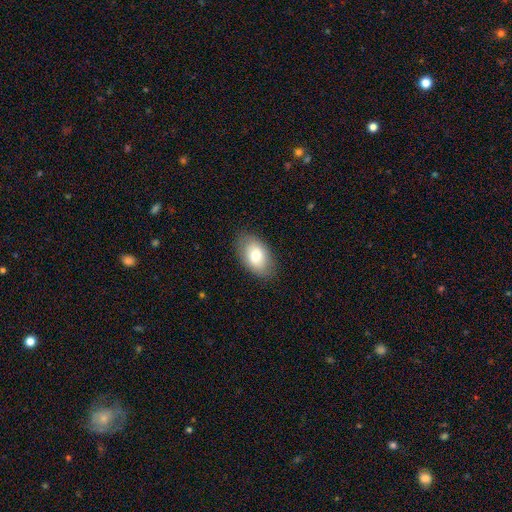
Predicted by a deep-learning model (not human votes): Smooth or featured?
  - smooth: 76% *
  - featured or disk: 17%
  - star or artifact: 7%
How rounded?
  - in between: 91% *
  - round: 8%
  - cigar-shaped: 1%
Merging?
  - none: 85% *
  - minor disturbance: 12%
  - major disturbance: 3%
  - merger: 1%